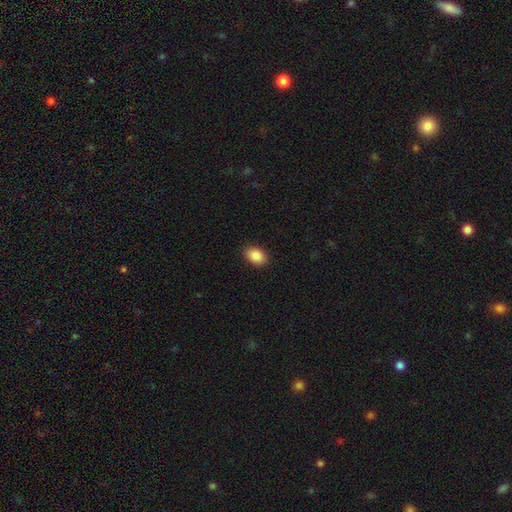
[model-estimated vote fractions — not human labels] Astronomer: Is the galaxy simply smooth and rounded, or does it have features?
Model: smooth — 89%.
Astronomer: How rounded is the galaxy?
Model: in between — 82%.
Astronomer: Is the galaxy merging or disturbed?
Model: none — 89%.